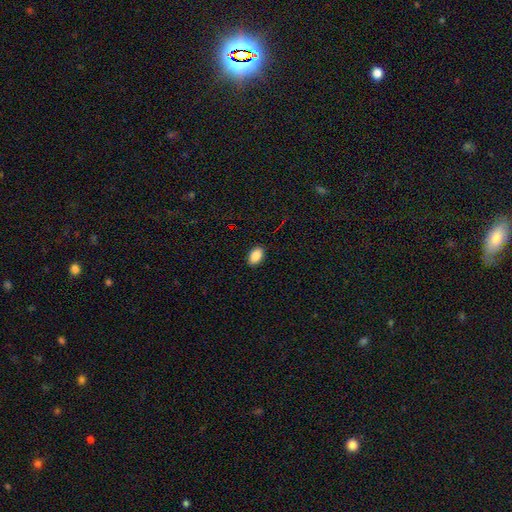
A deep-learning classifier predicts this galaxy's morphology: A smooth galaxy with no disk features (88%) that is in between round and cigar-shaped (92%). Merging: none (89%).